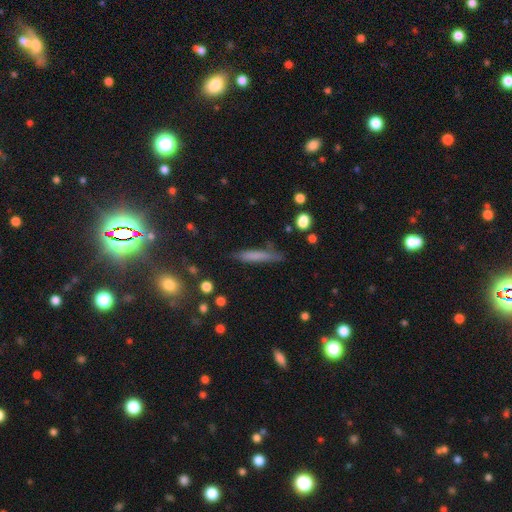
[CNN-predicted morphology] Smooth or featured? Predicted: smooth (p=0.66). How rounded? Predicted: cigar-shaped (p=0.91). Merging? Predicted: none (p=0.77).